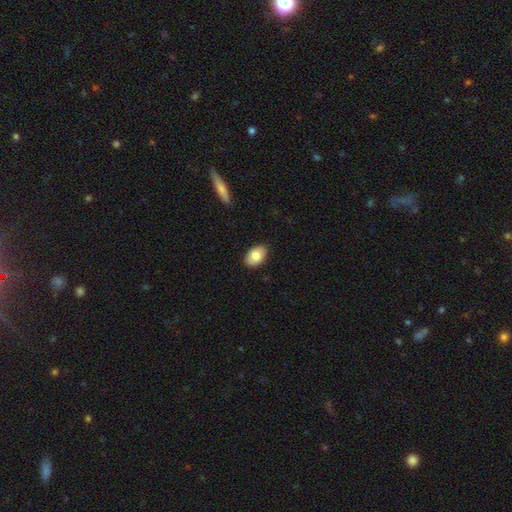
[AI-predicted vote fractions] smooth_or_featured: smooth (p=0.80) [alt: featured or disk p=0.13]
how_rounded: in between (p=0.90) [alt: round p=0.09]
merging: none (p=0.87) [alt: minor disturbance p=0.10]